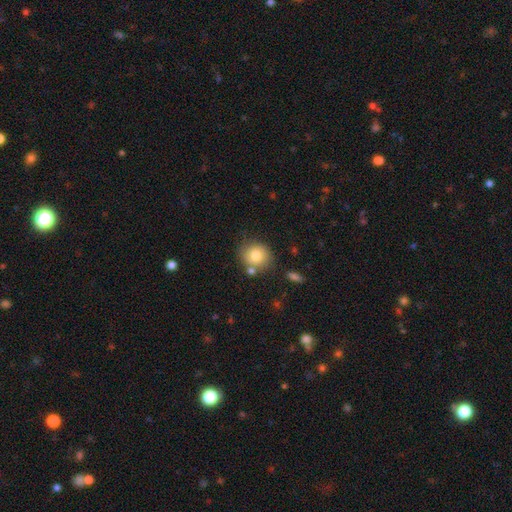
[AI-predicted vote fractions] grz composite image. It shows a smooth galaxy with no disk features (79%) that is round (81%). Merging: none (72%).